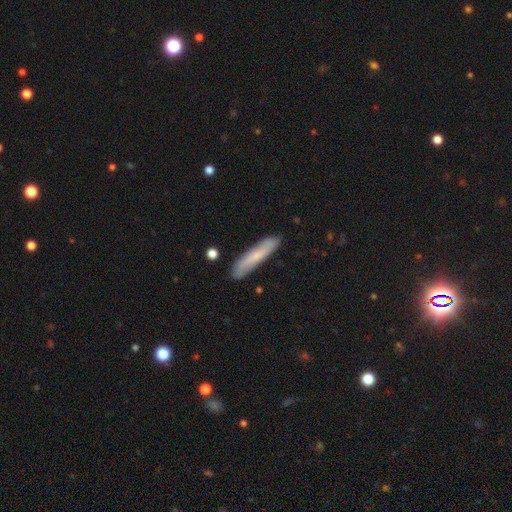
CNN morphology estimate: smooth_or_featured: smooth (p=0.61) [alt: featured or disk p=0.31]
how_rounded: cigar-shaped (p=0.88) [alt: in between p=0.11]
merging: none (p=0.86) [alt: minor disturbance p=0.10]